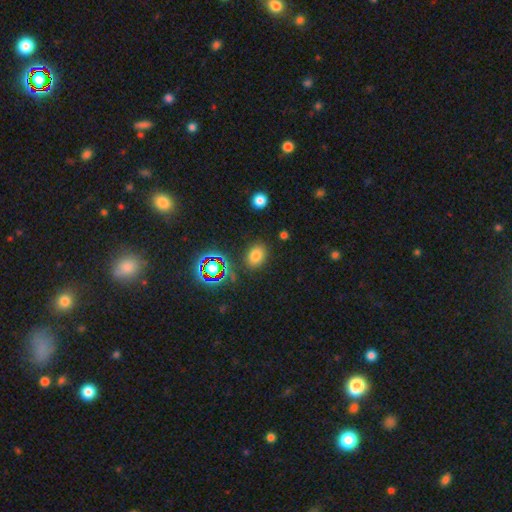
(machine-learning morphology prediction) smooth-or-featured: smooth: 72% | star or artifact: 20% | featured or disk: 7%
  how-rounded: in between: 65% | round: 33% | cigar-shaped: 1%
  merging: none: 85% | minor disturbance: 10% | major disturbance: 3% | merger: 2%